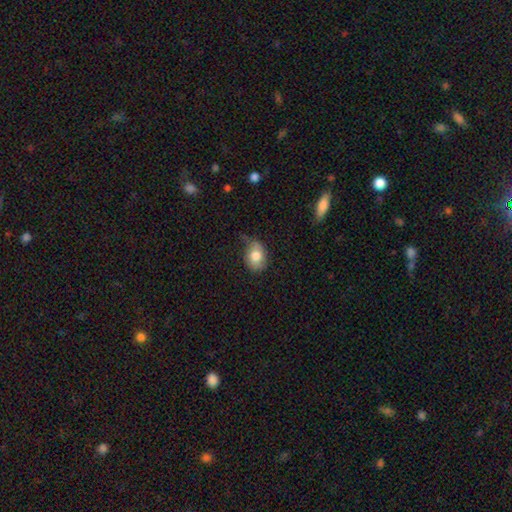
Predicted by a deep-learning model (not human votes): Morphology: type=smooth (76%); roundness=in between (71%); merging=none (48%).